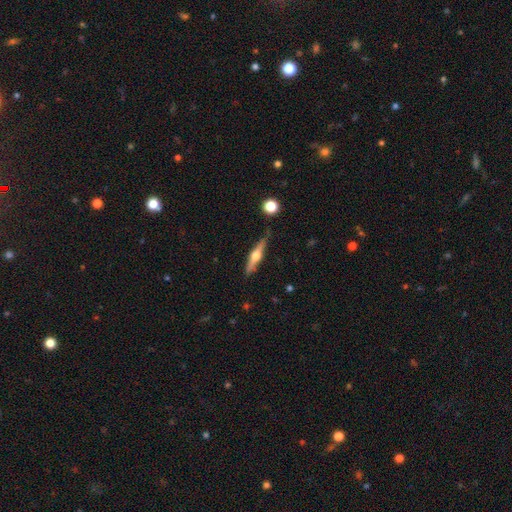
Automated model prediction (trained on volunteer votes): Smooth or featured?
  - featured or disk: 69% *
  - smooth: 26%
  - star or artifact: 6%
Edge-on disk?
  - yes: 97% *
  - no: 3%
Edge-on bulge?
  - rounded: 95% *
  - boxy: 3%
  - none: 2%
Merging?
  - none: 84% *
  - minor disturbance: 12%
  - merger: 2%
  - major disturbance: 2%